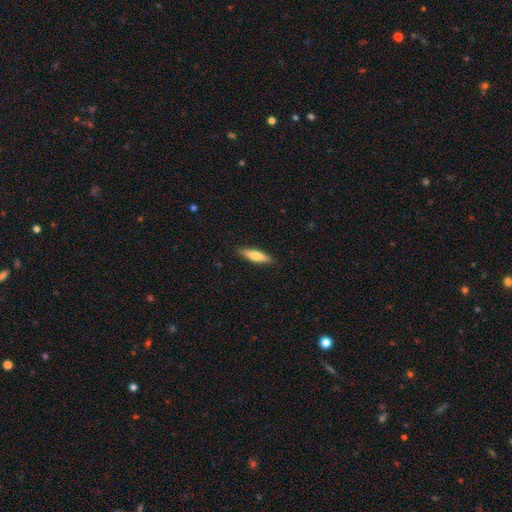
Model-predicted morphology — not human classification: smooth-or-featured: smooth: 66% | featured or disk: 28% | star or artifact: 6%
  how-rounded: cigar-shaped: 68% | in between: 30% | round: 2%
  merging: none: 88% | minor disturbance: 9% | major disturbance: 2% | merger: 1%